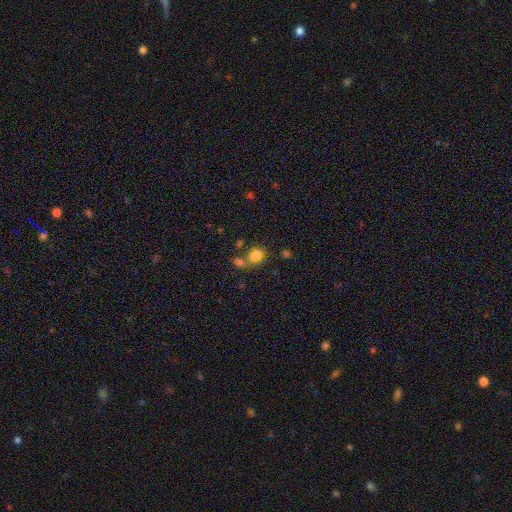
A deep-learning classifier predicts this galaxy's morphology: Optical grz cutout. It shows a smooth galaxy with no disk features (81%) that is round (55%). Merging: none (57%).